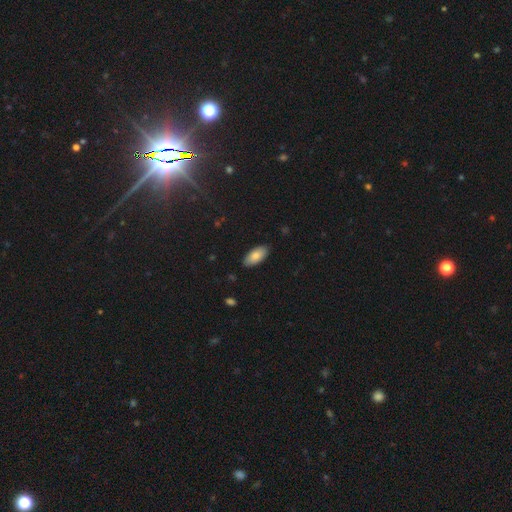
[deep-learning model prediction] Overall: smooth (82%). How rounded: in between (91%). Merging: none (87%).